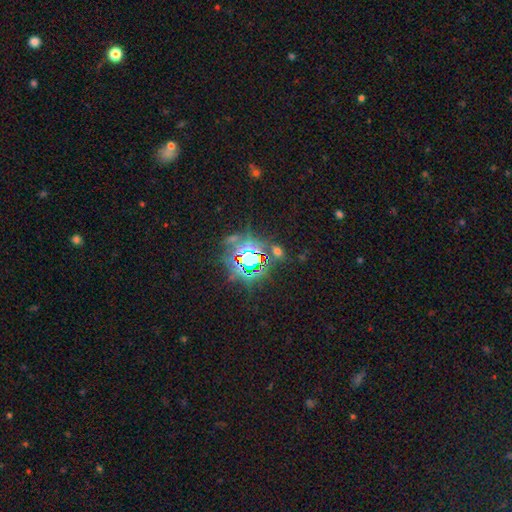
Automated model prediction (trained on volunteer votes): A star or artifact, not a galaxy (82%).